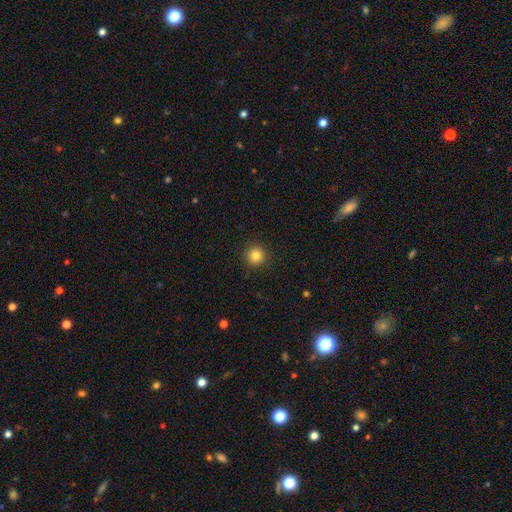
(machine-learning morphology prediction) Q: Smooth or featured?
A: smooth (83%); runner-up: star or artifact (12%)
Q: How rounded?
A: round (95%); runner-up: in between (4%)
Q: Merging?
A: none (92%); runner-up: minor disturbance (5%)